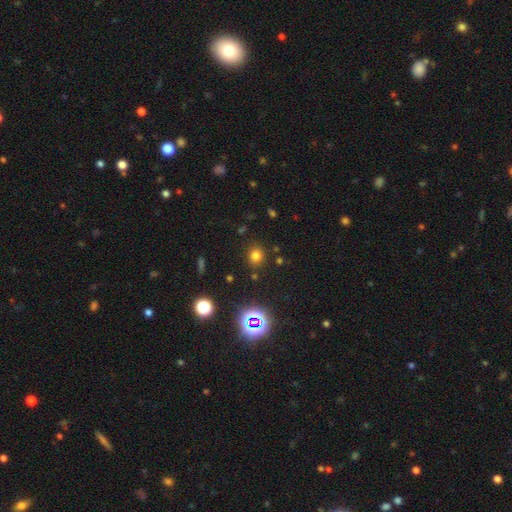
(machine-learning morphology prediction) Smooth or featured: smooth — 72% (star or artifact — 22%)
How rounded: round — 77% (in between — 22%)
Merging: none — 85% (minor disturbance — 9%)